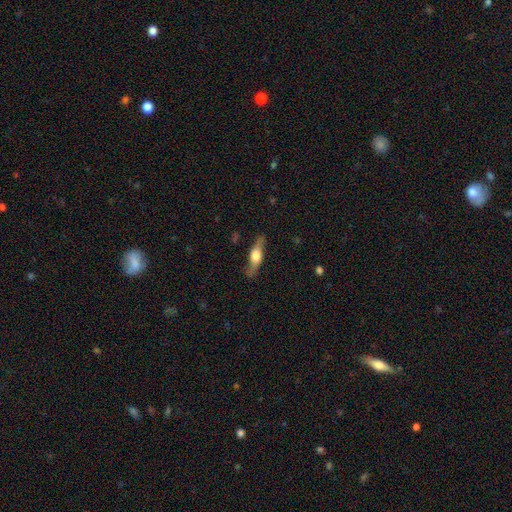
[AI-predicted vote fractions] Q: Smooth or featured?
A: featured or disk (56%); runner-up: smooth (38%)
Q: Edge-on disk?
A: yes (85%); runner-up: no (15%)
Q: Merging?
A: none (82%); runner-up: minor disturbance (14%)